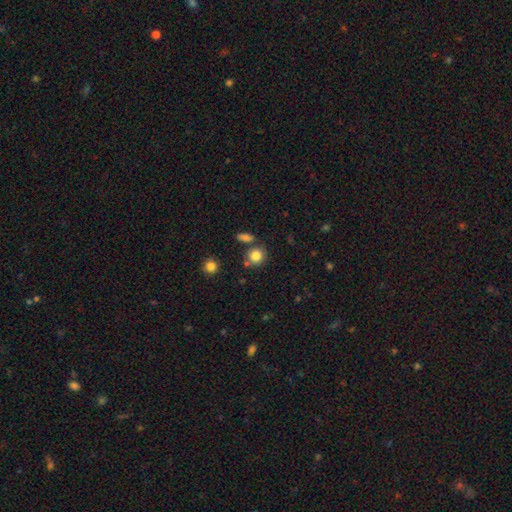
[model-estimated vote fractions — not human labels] The model was most divided on "merging": none: 71%, merger: 14%, minor disturbance: 11%, major disturbance: 4%. More confident: smooth or featured — smooth (84%); how rounded — round (82%).